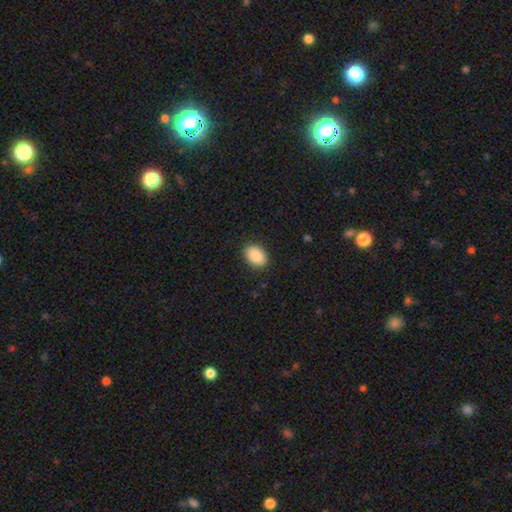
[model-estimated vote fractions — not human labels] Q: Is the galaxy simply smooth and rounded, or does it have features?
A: smooth — 90%.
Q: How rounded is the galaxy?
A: in between — 81%.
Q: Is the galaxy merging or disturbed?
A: none — 89%.